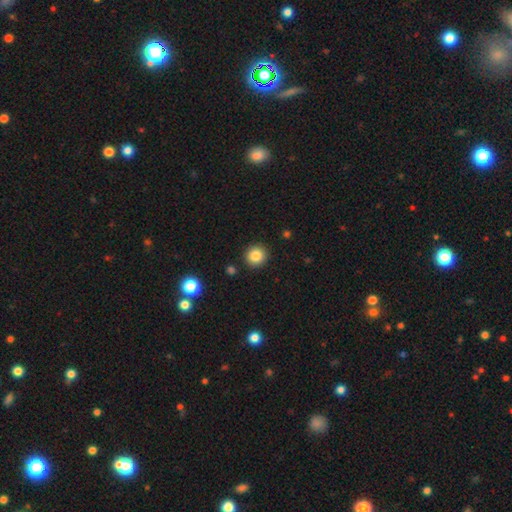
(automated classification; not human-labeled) smooth_or_featured: smooth (p=0.84) [alt: star or artifact p=0.10]
how_rounded: round (p=0.92) [alt: in between p=0.07]
merging: none (p=0.90) [alt: minor disturbance p=0.06]